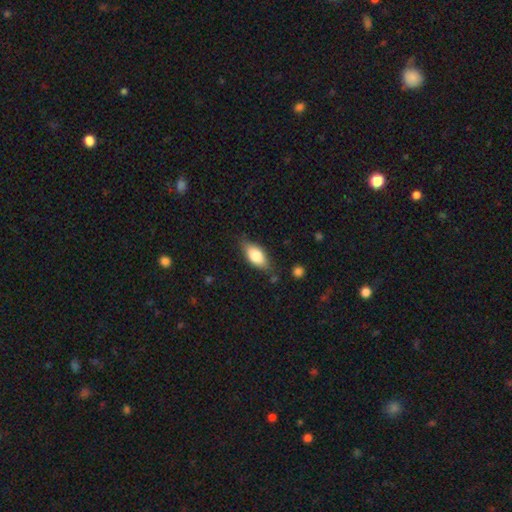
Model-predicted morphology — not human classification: Overall: smooth (76%). How rounded: in between (86%). Merging: none (76%).